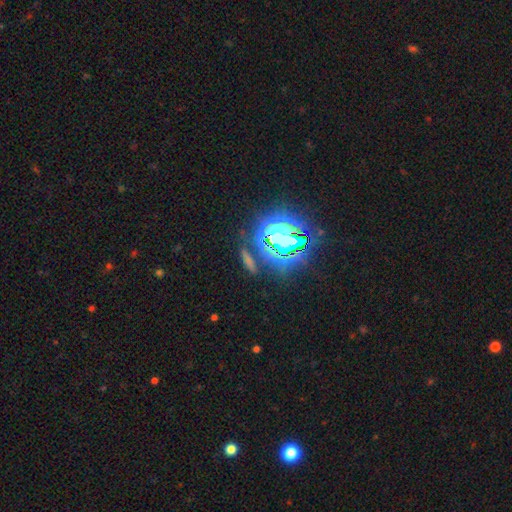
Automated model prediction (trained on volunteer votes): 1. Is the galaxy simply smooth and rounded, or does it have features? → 74% star or artifact, 15% smooth, 11% featured or disk.